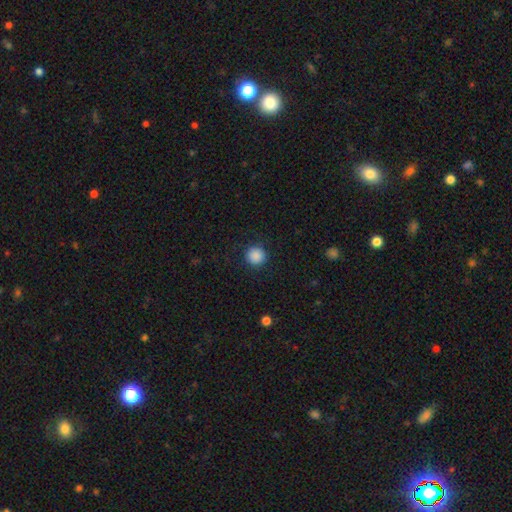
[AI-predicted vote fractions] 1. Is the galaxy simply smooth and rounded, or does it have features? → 88% smooth, 9% star or artifact, 3% featured or disk.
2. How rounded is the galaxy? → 95% round, 4% in between, 1% cigar-shaped.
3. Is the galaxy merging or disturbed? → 91% none, 6% minor disturbance, 2% major disturbance, 1% merger.